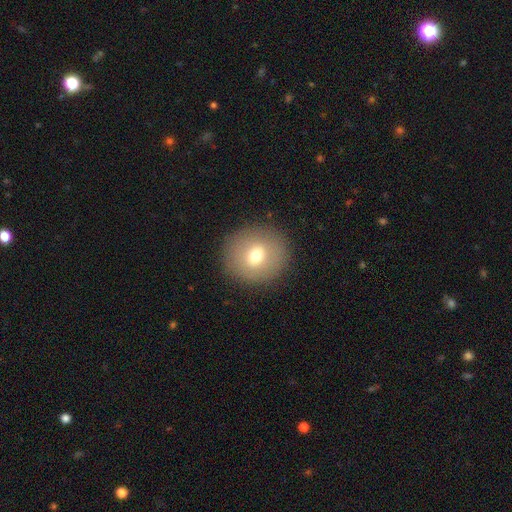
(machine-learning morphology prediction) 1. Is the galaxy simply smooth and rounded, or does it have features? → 68% smooth, 21% featured or disk, 10% star or artifact.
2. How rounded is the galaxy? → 88% round, 11% in between, 1% cigar-shaped.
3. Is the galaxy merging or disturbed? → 89% none, 7% minor disturbance, 3% major disturbance, 1% merger.